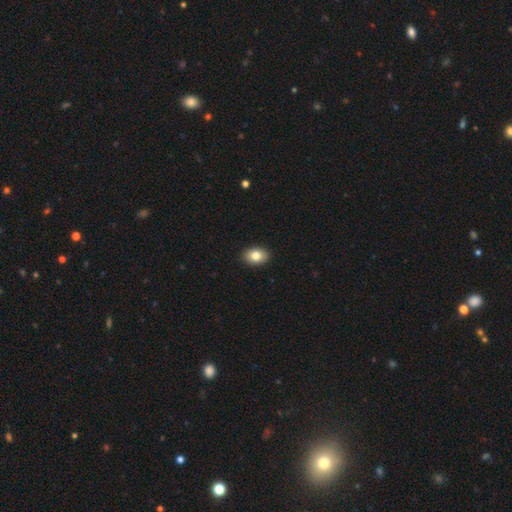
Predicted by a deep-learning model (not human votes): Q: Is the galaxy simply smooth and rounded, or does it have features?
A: smooth — 83%.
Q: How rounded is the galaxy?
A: in between — 77%.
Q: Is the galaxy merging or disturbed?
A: none — 91%.